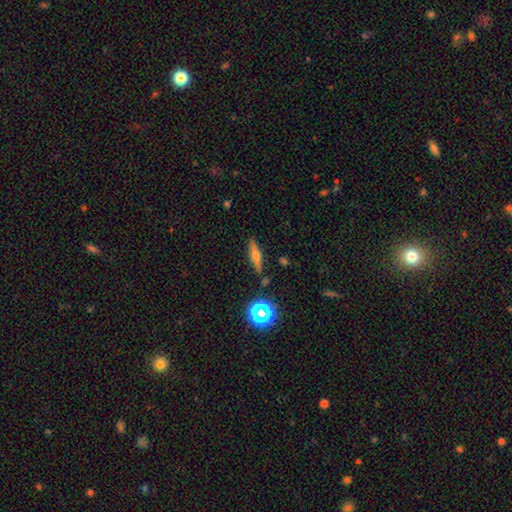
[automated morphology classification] Smooth or featured?
  - featured or disk: 51% *
  - smooth: 37%
  - star or artifact: 12%
Edge-on disk?
  - yes: 94% *
  - no: 6%
Merging?
  - none: 86% *
  - minor disturbance: 9%
  - merger: 3%
  - major disturbance: 2%